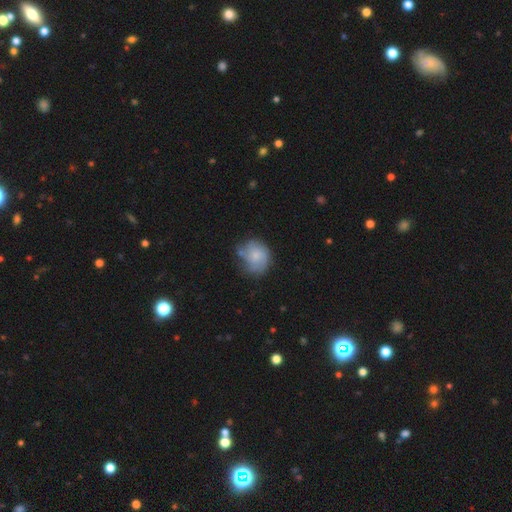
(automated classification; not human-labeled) Overall: smooth (59%; featured or disk 33%). How rounded: round (62%; in between 38%). Merging: none (50%; minor disturbance 30%).